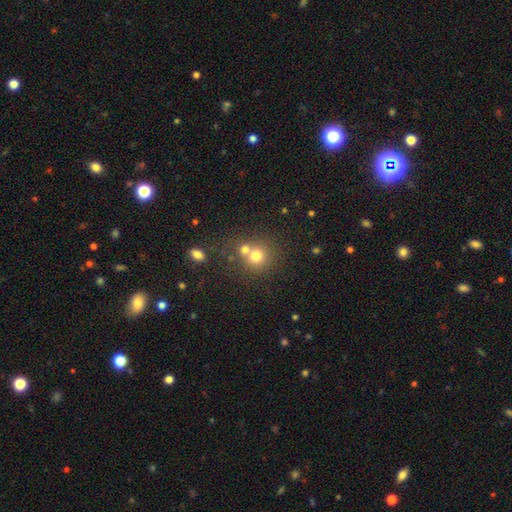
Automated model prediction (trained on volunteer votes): This appears to be a smooth galaxy with no disk features (73%) that is round (86%). Merging: none (46%).